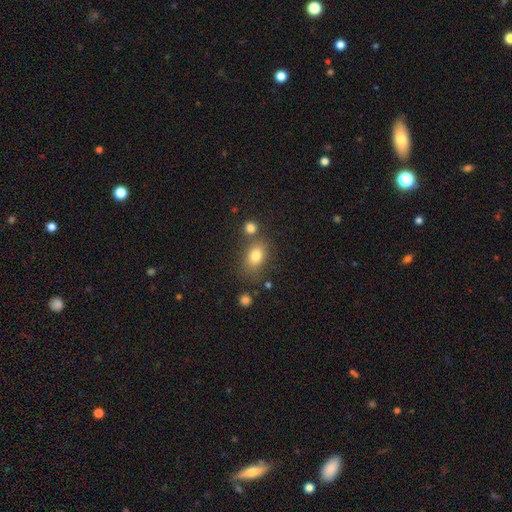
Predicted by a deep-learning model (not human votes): smooth 80%, star or artifact 11%, featured or disk 10%. Down the decision tree: how rounded — in between (78%); merging — none (64%).